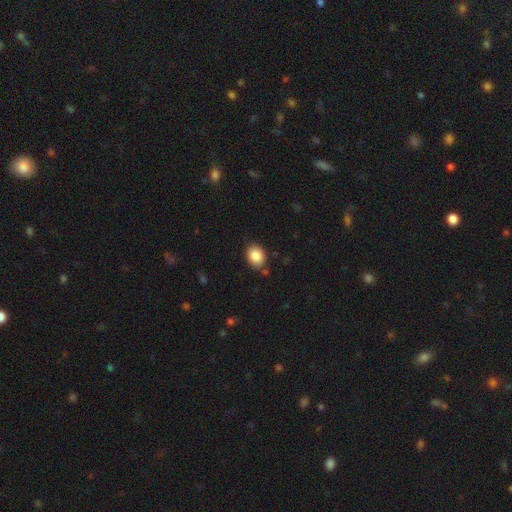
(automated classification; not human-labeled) A smooth galaxy with no disk features (88%) that is in between round and cigar-shaped (62%). Merging: none (81%).